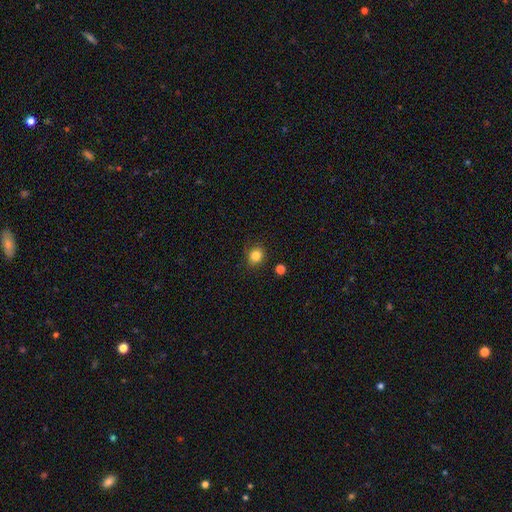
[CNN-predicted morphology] smooth_or_featured: smooth (p=0.83) [alt: star or artifact p=0.12]
how_rounded: round (p=0.80) [alt: in between p=0.19]
merging: none (p=0.84) [alt: minor disturbance p=0.10]